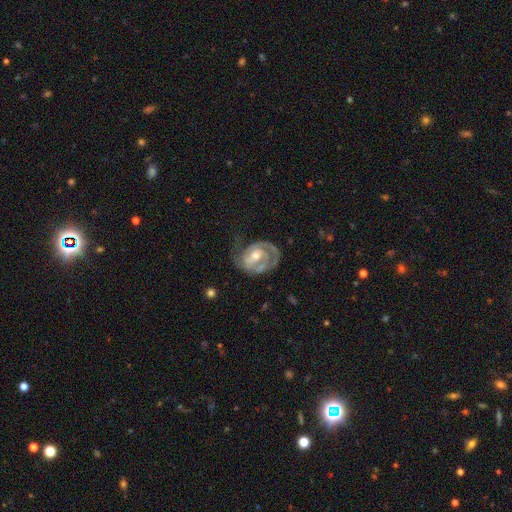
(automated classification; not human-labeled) Smooth or featured? Predicted: featured or disk (p=0.85). Edge-on disk? Predicted: no (p=0.97). Bar? Predicted: no (p=0.53). Spiral arms? Predicted: yes (p=0.94). Spiral winding? Predicted: tight (p=0.55). Spiral arm count? Predicted: 2 (p=0.51). Bulge size? Predicted: moderate (p=0.56). Merging? Predicted: none (p=0.52).